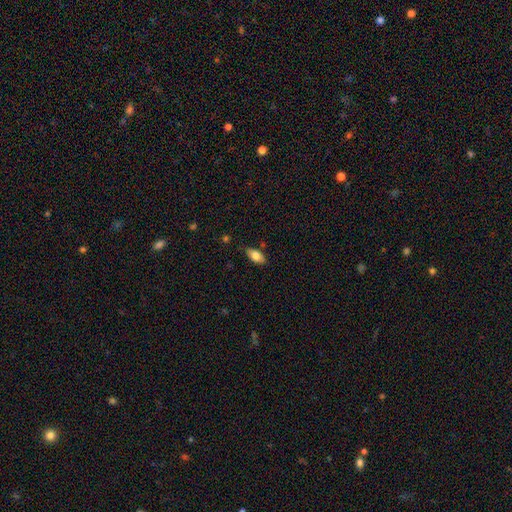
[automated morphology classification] Q: Smooth or featured?
A: smooth (78%); runner-up: featured or disk (15%)
Q: How rounded?
A: in between (90%); runner-up: cigar-shaped (7%)
Q: Merging?
A: none (82%); runner-up: minor disturbance (14%)